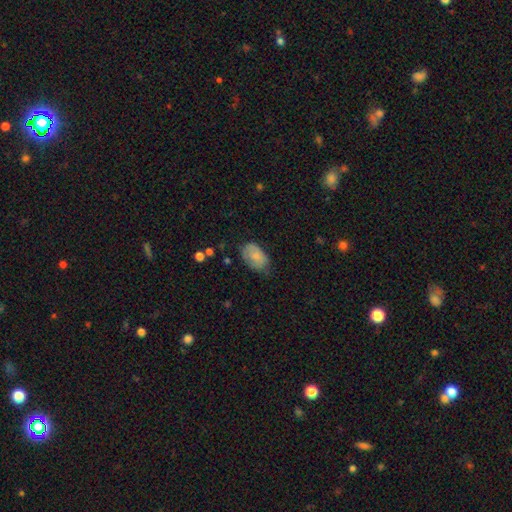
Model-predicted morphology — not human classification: type=smooth (75%); roundness=in between (90%); merging=none (58%).